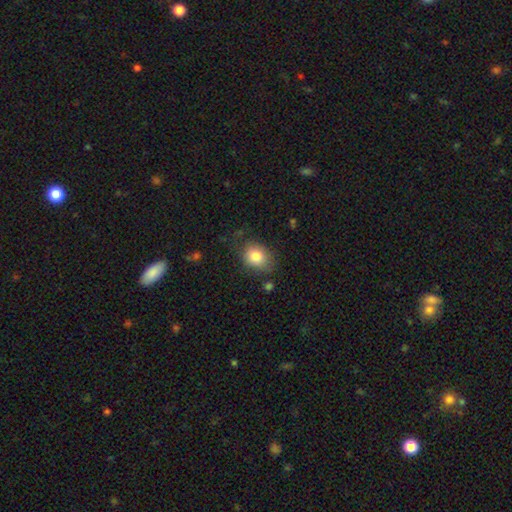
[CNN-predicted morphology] Overall: smooth (81%). How rounded: round (51%; in between 48%). Merging: none (72%).